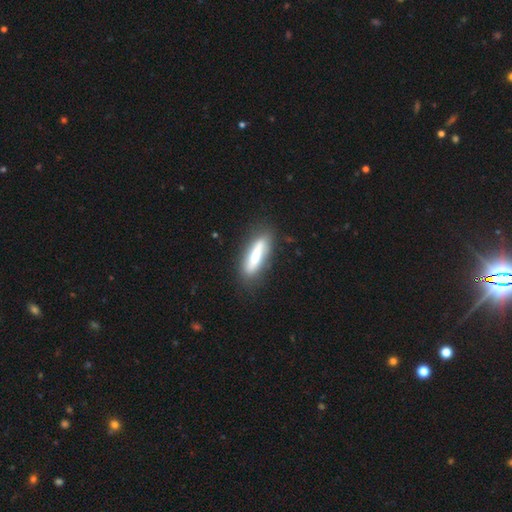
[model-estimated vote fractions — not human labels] Smooth or featured? smooth (57%)
How rounded? cigar-shaped (70%)
Merging? none (81%)